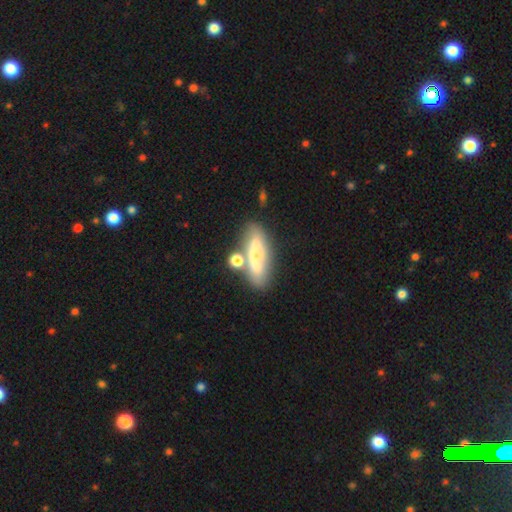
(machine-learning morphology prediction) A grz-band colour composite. It shows a smooth galaxy with no disk features (52%) that is in between round and cigar-shaped (52%). Merging: none (54%).